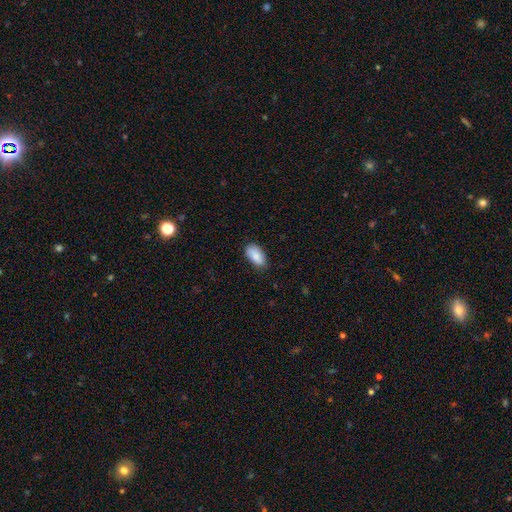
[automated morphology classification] Q: Smooth or featured?
A: smooth (88%); runner-up: star or artifact (6%)
Q: How rounded?
A: in between (94%); runner-up: cigar-shaped (3%)
Q: Merging?
A: none (78%); runner-up: minor disturbance (18%)